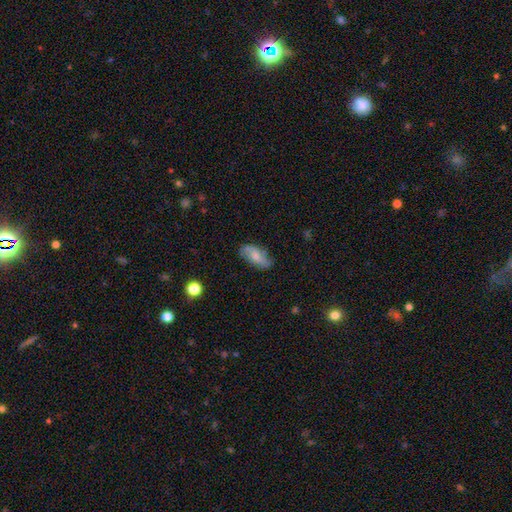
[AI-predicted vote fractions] Smooth or featured?
  - smooth: 47% *
  - featured or disk: 45%
  - star or artifact: 8%
Merging?
  - none: 71% *
  - minor disturbance: 21%
  - major disturbance: 6%
  - merger: 2%